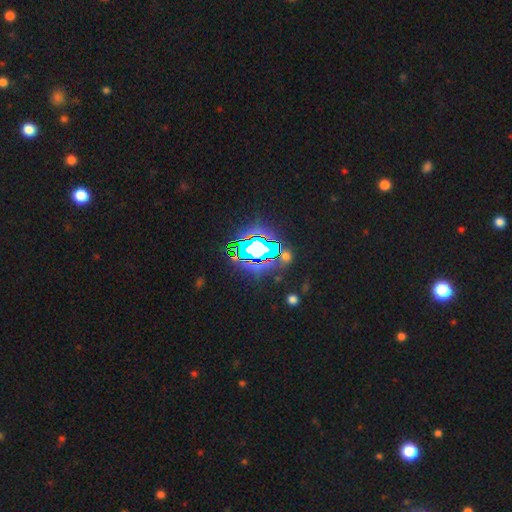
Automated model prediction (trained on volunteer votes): Smooth or featured?
  - star or artifact: 71% *
  - featured or disk: 15%
  - smooth: 14%